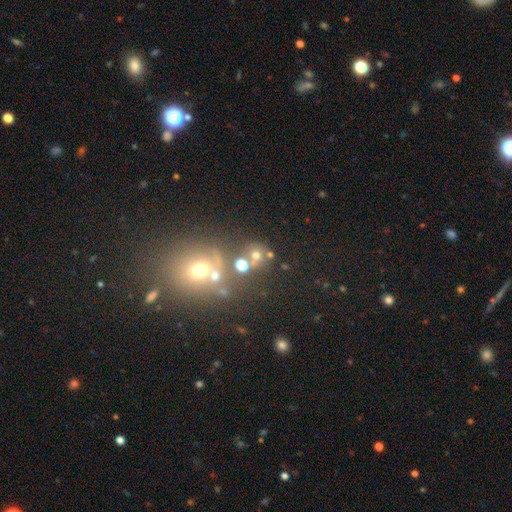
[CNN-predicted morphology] Smooth or featured: smooth — 63% (star or artifact — 23%)
How rounded: round — 82% (in between — 17%)
Merging: none — 57% (merger — 28%)